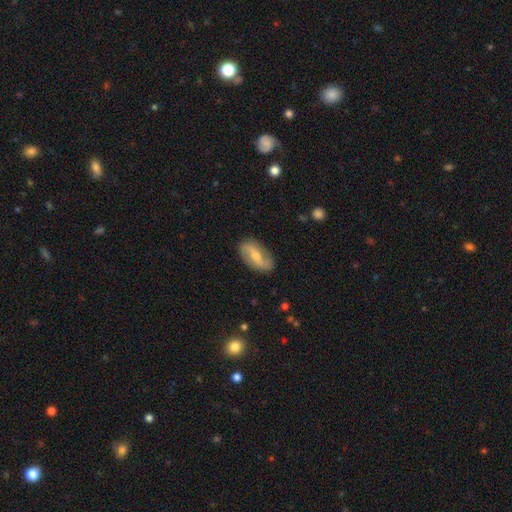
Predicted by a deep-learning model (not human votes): featured or disk 73%, smooth 21%, star or artifact 6%. Down the decision tree: edge-on disk — no (94%); bar — weak (40%); spiral arms — yes (88%); spiral arm count — 2 (91%); spiral winding — loose (64%); bulge size — moderate (50%); merging — none (85%).